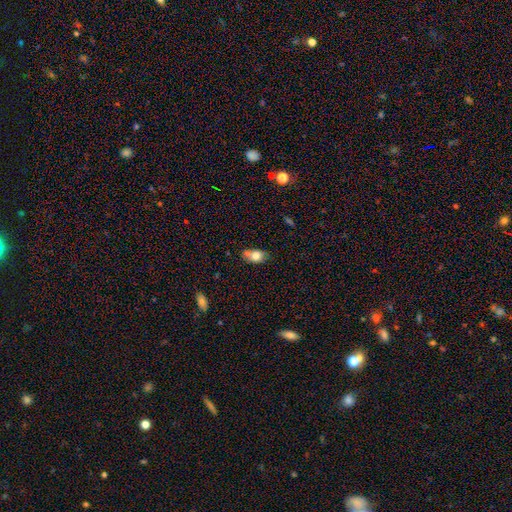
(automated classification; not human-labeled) smooth-or-featured: smooth: 75% | featured or disk: 16% | star or artifact: 9%
  how-rounded: in between: 77% | round: 20% | cigar-shaped: 3%
  merging: none: 46% | merger: 27% | minor disturbance: 21% | major disturbance: 6%